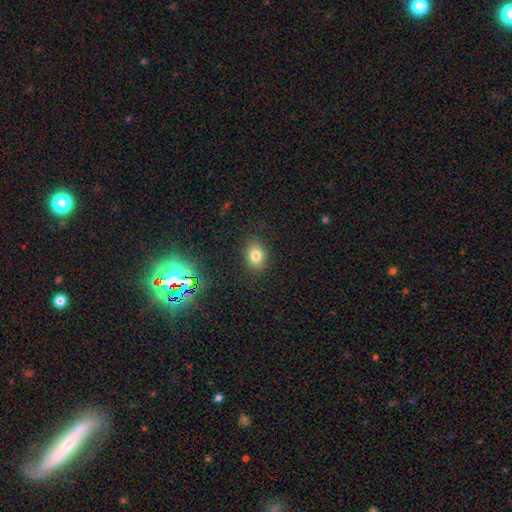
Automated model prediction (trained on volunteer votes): smooth-or-featured: smooth: 77% | star or artifact: 14% | featured or disk: 9%
  how-rounded: in between: 62% | round: 37% | cigar-shaped: 1%
  merging: none: 87% | minor disturbance: 9% | major disturbance: 3% | merger: 1%